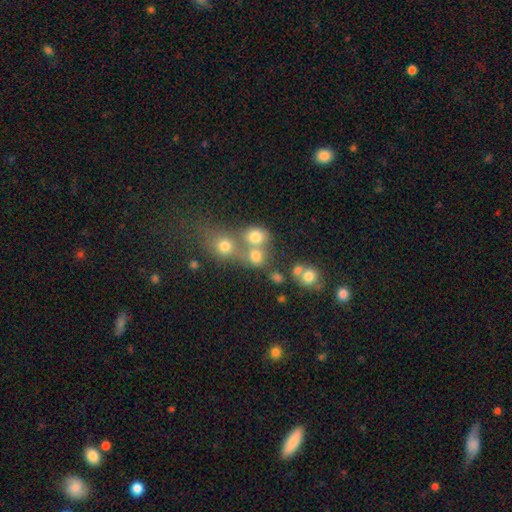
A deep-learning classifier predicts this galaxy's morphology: This is likely a smooth galaxy (73%). How rounded: likely round (75%). Merging: marginally merger (44%).